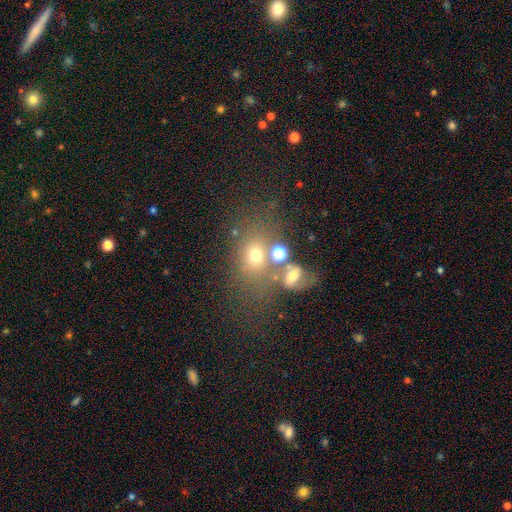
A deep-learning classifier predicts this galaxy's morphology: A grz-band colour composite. It shows a smooth galaxy with no disk features (62%) that is in between round and cigar-shaped (50%). Merging: none (50%).